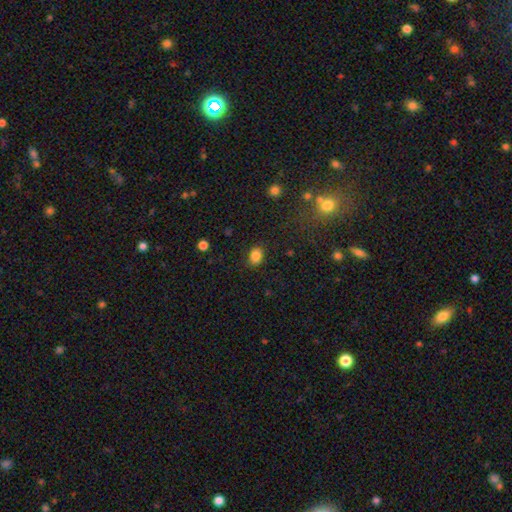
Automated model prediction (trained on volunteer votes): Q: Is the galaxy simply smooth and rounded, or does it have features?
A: smooth — 85%.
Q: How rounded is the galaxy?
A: in between — 62%.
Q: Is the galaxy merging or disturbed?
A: none — 83%.